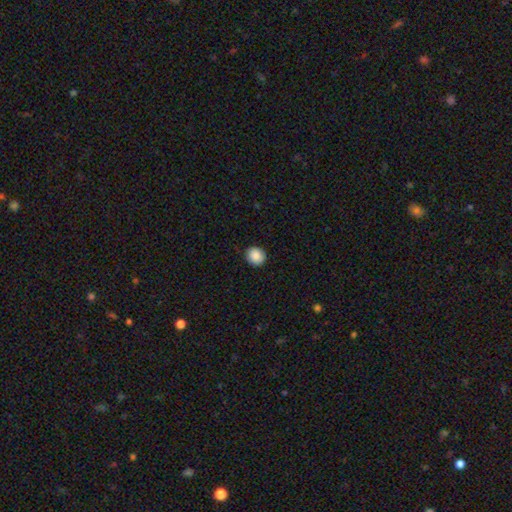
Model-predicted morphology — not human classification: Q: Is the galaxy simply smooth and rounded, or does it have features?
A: smooth — 88%.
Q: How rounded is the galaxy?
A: round — 83%.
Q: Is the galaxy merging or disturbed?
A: none — 90%.